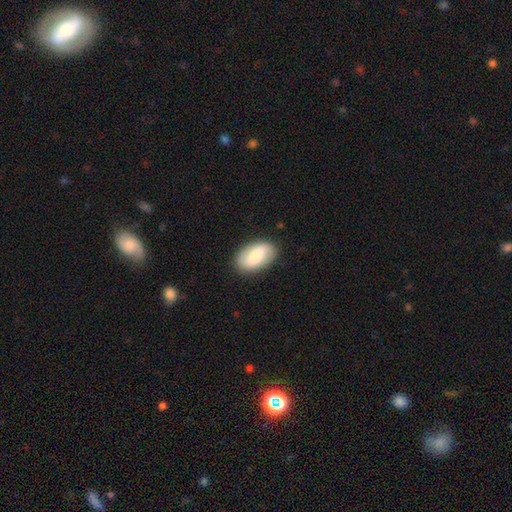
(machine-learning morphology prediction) Smooth or featured?
  - smooth: 70% *
  - featured or disk: 24%
  - star or artifact: 6%
How rounded?
  - in between: 93% *
  - round: 5%
  - cigar-shaped: 2%
Merging?
  - none: 87% *
  - minor disturbance: 10%
  - major disturbance: 3%
  - merger: 1%